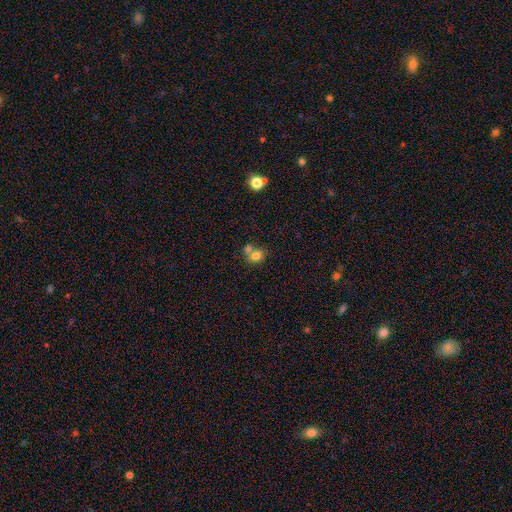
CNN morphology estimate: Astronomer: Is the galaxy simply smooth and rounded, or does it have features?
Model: smooth — 77%.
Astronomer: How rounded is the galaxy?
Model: round — 62%.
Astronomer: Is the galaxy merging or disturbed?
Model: none — 43%, tied with merger at 43%.